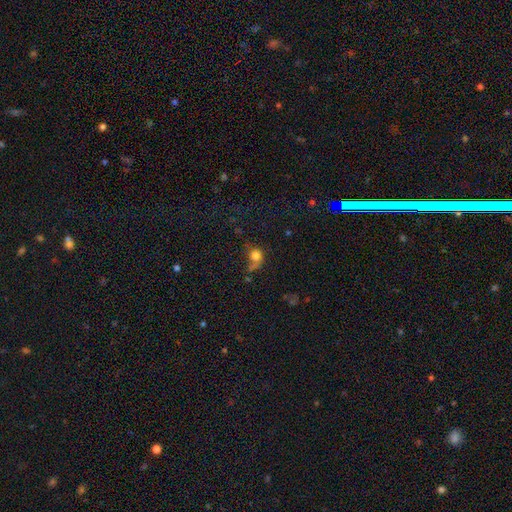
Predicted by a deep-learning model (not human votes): Smooth or featured?
  - smooth: 76% *
  - star or artifact: 14%
  - featured or disk: 10%
How rounded?
  - round: 81% *
  - in between: 18%
  - cigar-shaped: 1%
Merging?
  - none: 48% *
  - minor disturbance: 23%
  - major disturbance: 16%
  - merger: 14%